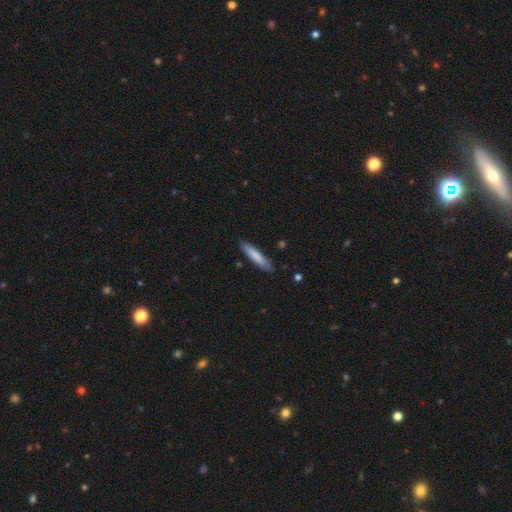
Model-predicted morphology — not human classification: This is likely a smooth galaxy (76%). How rounded: clearly cigar-shaped (87%). Merging: clearly none (86%).